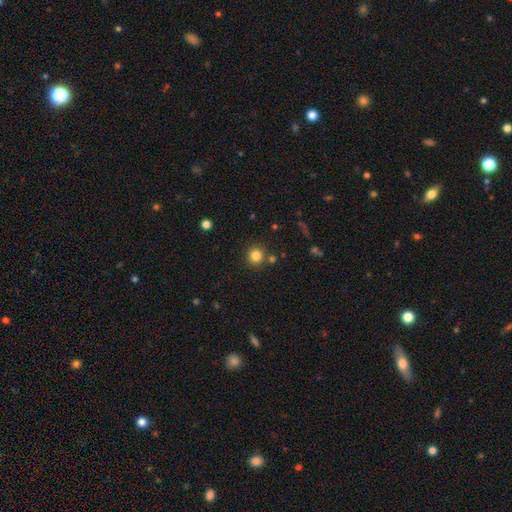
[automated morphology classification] type=smooth (82%); roundness=round (92%); merging=none (82%).